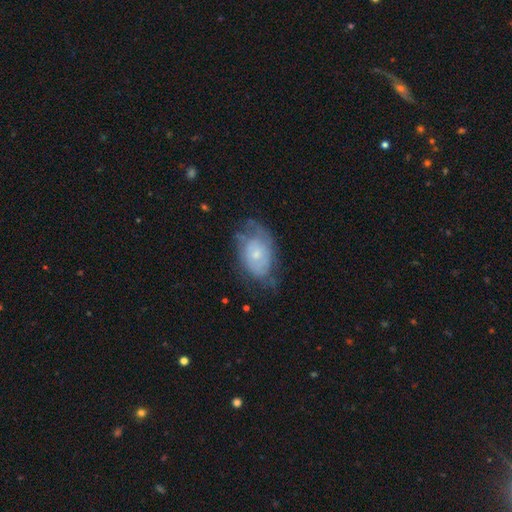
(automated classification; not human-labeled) A featured or disk galaxy (62%) with no bar (79%), spiral arms (80%) and a small central bulge (63%).

Vote fractions:
- Smooth or featured? featured or disk: 62% / smooth: 27% / star or artifact: 11%
- Edge-on disk? no: 95% / yes: 5%
- Bar? no: 79% / weak: 18% / strong: 3%
- Spiral arms? yes: 80% / no: 20%
- Bulge size? small: 63% / moderate: 28% / none: 4% / large: 3% / dominant: 1%
- Merging? none: 63% / minor disturbance: 24% / major disturbance: 12% / merger: 1%